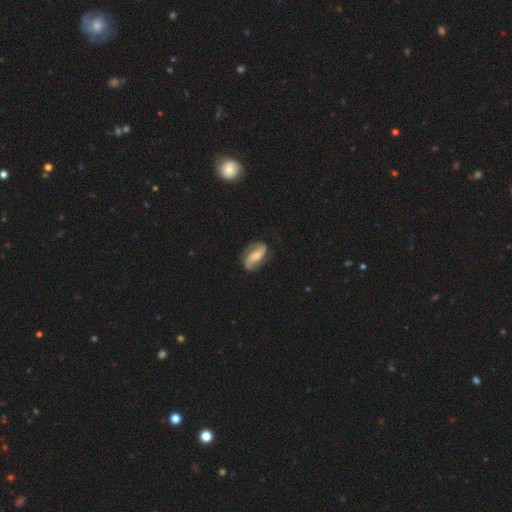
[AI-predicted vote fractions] smooth-or-featured: featured or disk: 71% | smooth: 23% | star or artifact: 6%
  disk-edge-on: no: 95% | yes: 5%
    bar: no: 40% | weak: 34% | strong: 26%
    has-spiral-arms: yes: 92% | no: 8%
      spiral-winding: loose: 46% | medium: 35% | tight: 19%
      spiral-arm-count: 2: 89% | can't tell: 5% | 1: 3% | 3: 2% | 4: 1% | more than 4: 1%
    bulge-size: small: 49% | moderate: 41% | none: 4% | large: 4% | dominant: 1%
  merging: none: 75% | minor disturbance: 18% | major disturbance: 6% | merger: 1%